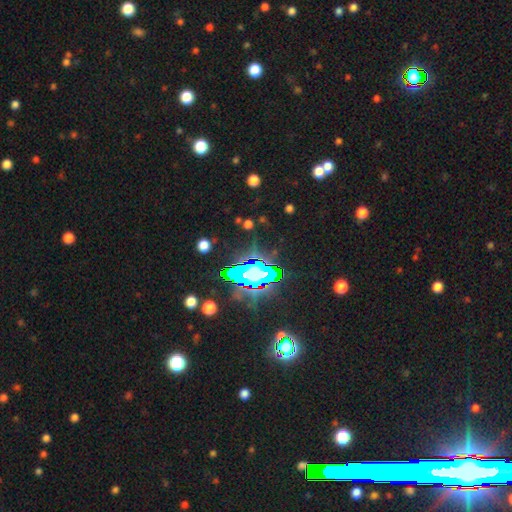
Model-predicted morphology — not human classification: smooth_or_featured: star or artifact (p=0.81) [alt: smooth p=0.10]